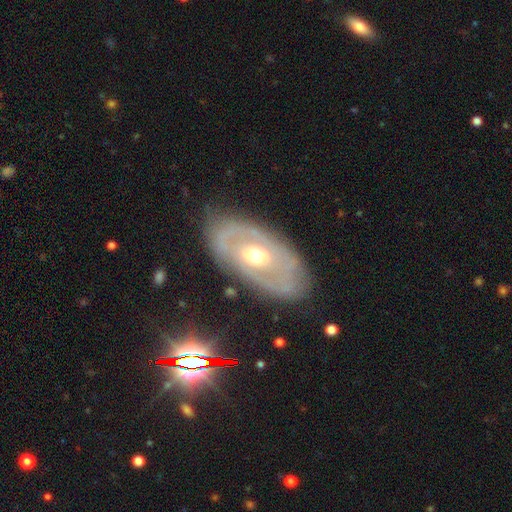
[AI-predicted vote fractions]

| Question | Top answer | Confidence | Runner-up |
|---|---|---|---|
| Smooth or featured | featured or disk | 75% | smooth (19%) |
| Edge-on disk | no | 92% | yes (8%) |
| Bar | no | 59% | weak (29%) |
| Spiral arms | yes | 59% | no (41%) |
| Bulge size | moderate | 67% | small (27%) |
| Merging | none | 79% | minor disturbance (15%) |